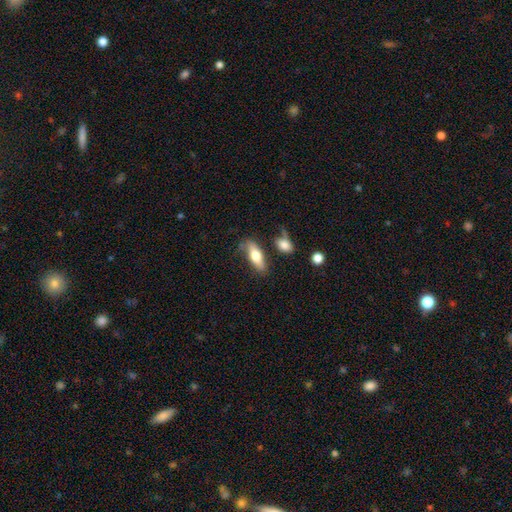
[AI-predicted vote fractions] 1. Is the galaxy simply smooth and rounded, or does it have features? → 66% smooth, 28% featured or disk, 6% star or artifact.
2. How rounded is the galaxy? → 62% in between, 35% cigar-shaped, 3% round.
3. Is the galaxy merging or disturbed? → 64% none, 20% minor disturbance, 8% merger, 7% major disturbance.